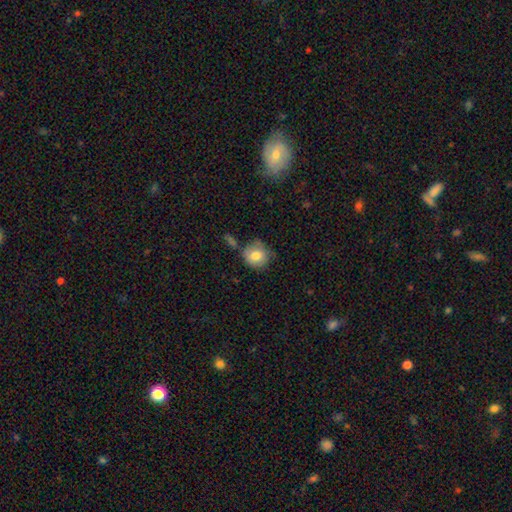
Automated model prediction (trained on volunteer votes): Smooth or featured? Predicted: smooth (p=0.79). How rounded? Predicted: round (p=0.88). Merging? Predicted: none (p=0.62).